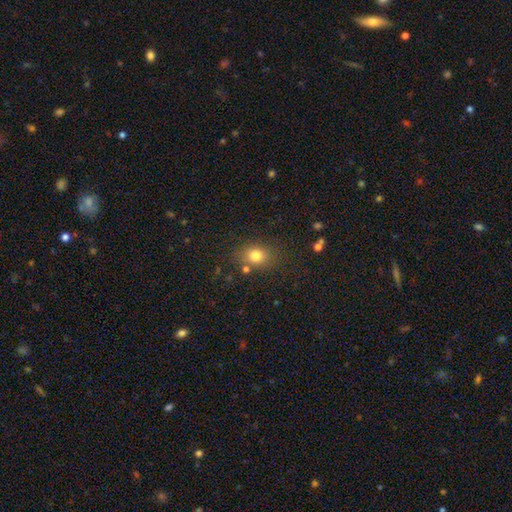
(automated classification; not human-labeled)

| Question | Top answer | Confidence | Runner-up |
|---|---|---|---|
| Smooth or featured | smooth | 79% | star or artifact (13%) |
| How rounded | round | 51% | in between (48%) |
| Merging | none | 74% | minor disturbance (14%) |